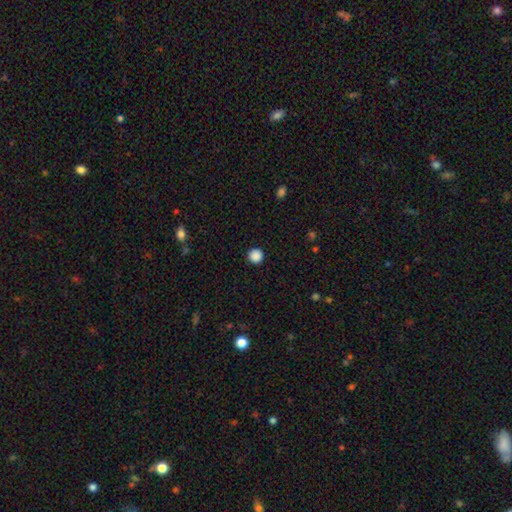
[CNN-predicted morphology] This is clearly a smooth galaxy (88%). How rounded: clearly round (96%). Merging: clearly none (93%).